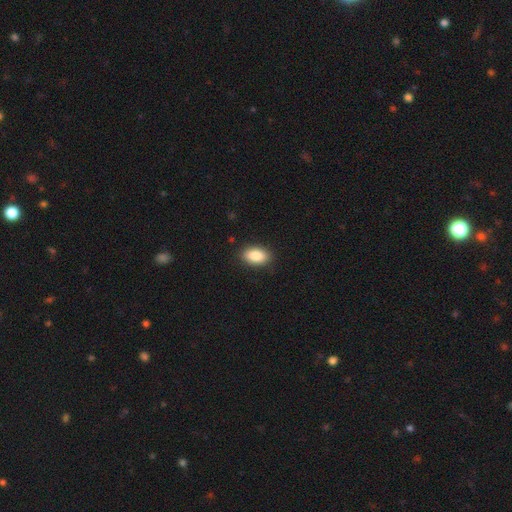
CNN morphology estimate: The model was most divided on "merging": none: 88%, minor disturbance: 9%, major disturbance: 2%, merger: 1%. More confident: how rounded — in between (91%); smooth or featured — smooth (87%).